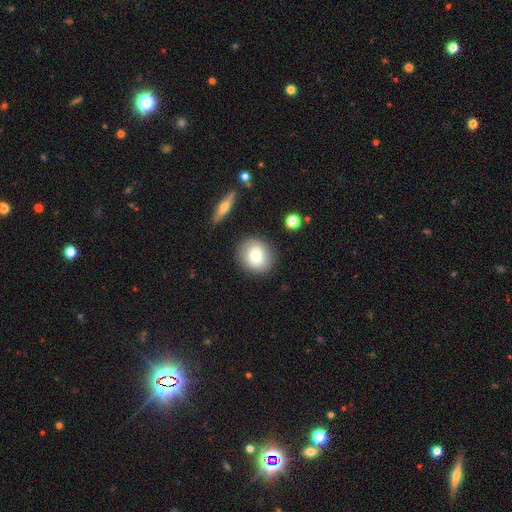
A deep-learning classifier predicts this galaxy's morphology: Q: Smooth or featured?
A: smooth (81%); runner-up: featured or disk (11%)
Q: How rounded?
A: round (74%); runner-up: in between (25%)
Q: Merging?
A: none (84%); runner-up: minor disturbance (10%)